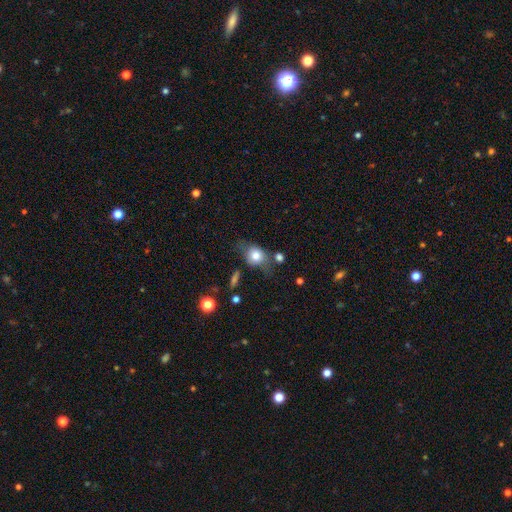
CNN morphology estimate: Smooth or featured? Predicted: smooth (p=0.69). How rounded? Predicted: in between (p=0.53). Merging? Predicted: none (p=0.54).